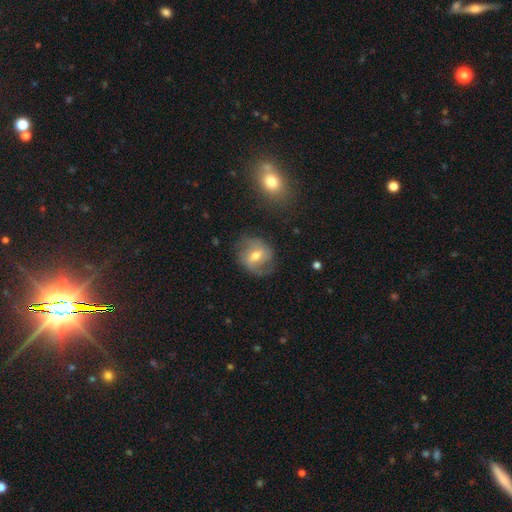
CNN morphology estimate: Smooth or featured?
  - featured or disk: 61% *
  - smooth: 31%
  - star or artifact: 8%
Edge-on disk?
  - no: 96% *
  - yes: 4%
Bar?
  - weak: 53% *
  - strong: 28%
  - no: 19%
Spiral arms?
  - yes: 78% *
  - no: 22%
Bulge size?
  - moderate: 70% *
  - small: 22%
  - large: 6%
  - none: 1%
  - dominant: 1%
Merging?
  - none: 69% *
  - minor disturbance: 19%
  - major disturbance: 10%
  - merger: 2%